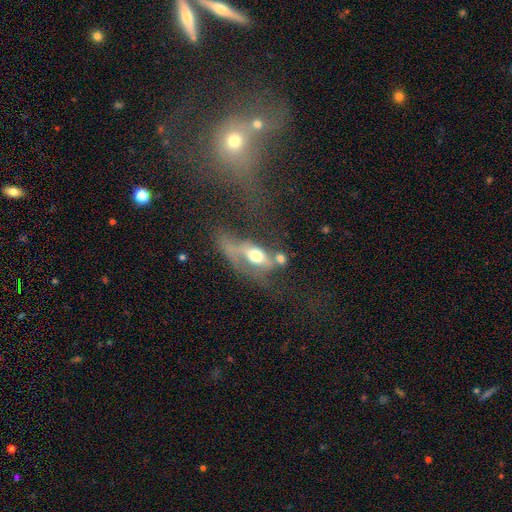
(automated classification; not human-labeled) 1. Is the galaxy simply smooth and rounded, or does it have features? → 47% smooth, 43% featured or disk, 10% star or artifact.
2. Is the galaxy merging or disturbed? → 43% major disturbance, 29% merger, 15% none, 13% minor disturbance.